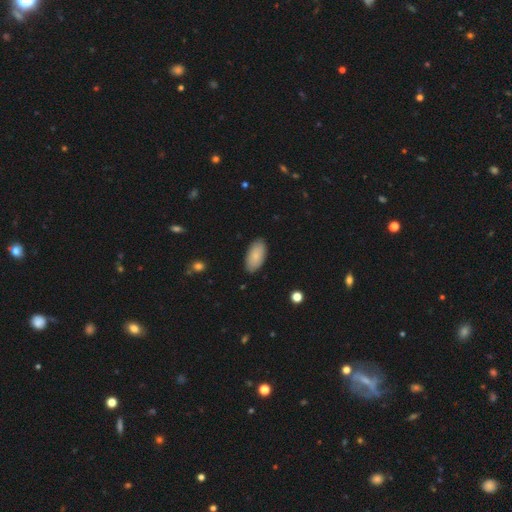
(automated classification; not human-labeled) smooth-or-featured: smooth: 84% | featured or disk: 9% | star or artifact: 6%
  how-rounded: in between: 94% | cigar-shaped: 4% | round: 2%
  merging: none: 86% | minor disturbance: 11% | major disturbance: 2% | merger: 1%